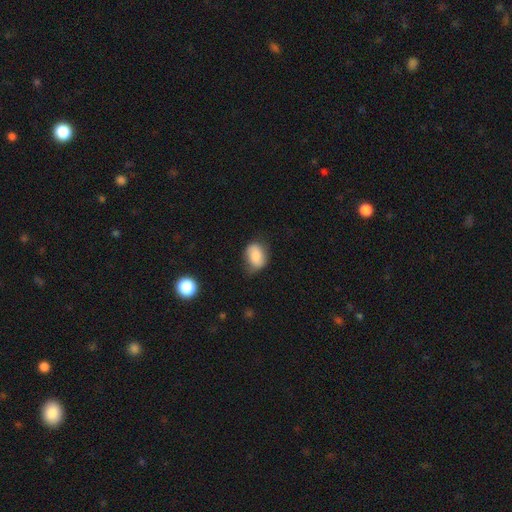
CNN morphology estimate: A smooth galaxy with no disk features (78%) that is in between round and cigar-shaped (73%). Merging: none (58%).